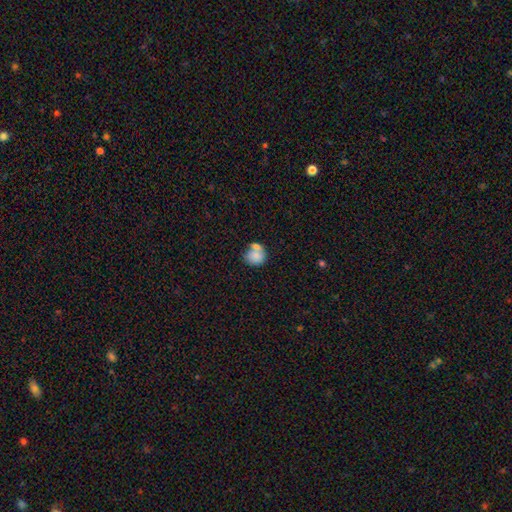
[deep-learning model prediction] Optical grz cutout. It shows a smooth galaxy with no disk features (78%) that is round (72%). Merging: none (41%).